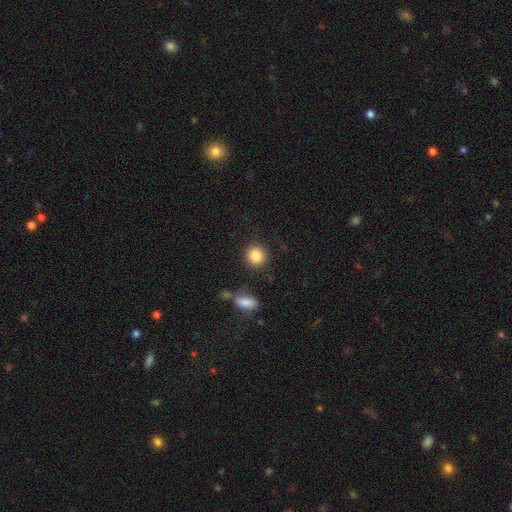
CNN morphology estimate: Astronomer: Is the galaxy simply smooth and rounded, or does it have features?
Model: smooth — 86%.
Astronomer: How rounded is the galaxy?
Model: round — 83%.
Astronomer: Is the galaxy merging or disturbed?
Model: none — 84%.